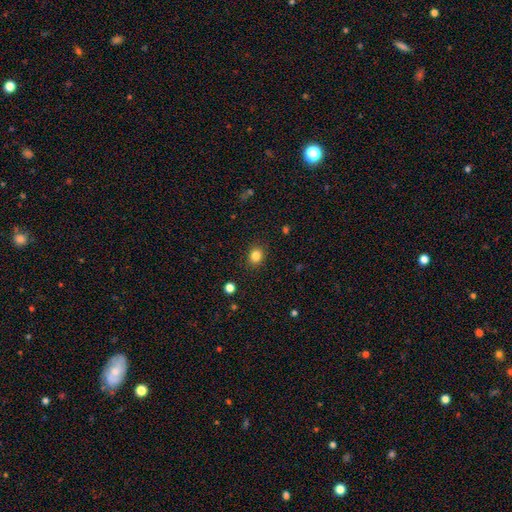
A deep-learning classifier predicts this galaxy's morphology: Smooth or featured? Predicted: smooth (p=0.83). How rounded? Predicted: round (p=0.68). Merging? Predicted: none (p=0.89).